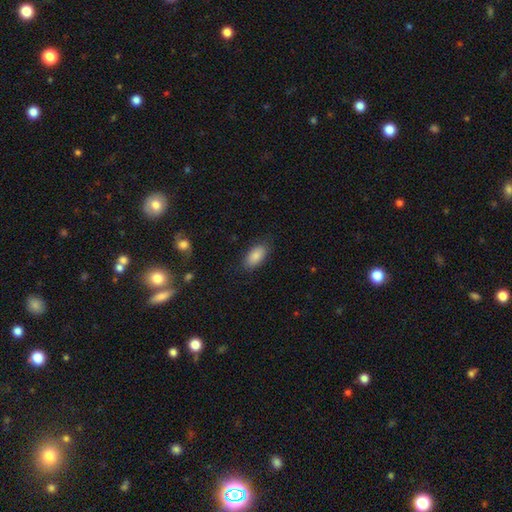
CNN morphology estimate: type=smooth (86%); roundness=in between (92%); merging=none (84%).